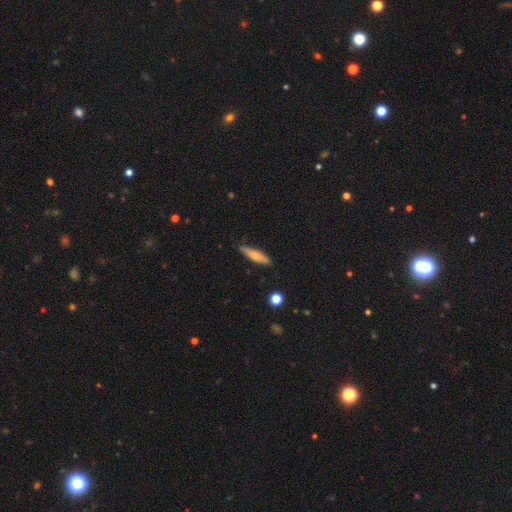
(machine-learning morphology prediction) Q: Smooth or featured?
A: smooth (65%); runner-up: featured or disk (29%)
Q: How rounded?
A: cigar-shaped (78%); runner-up: in between (21%)
Q: Merging?
A: none (82%); runner-up: minor disturbance (14%)